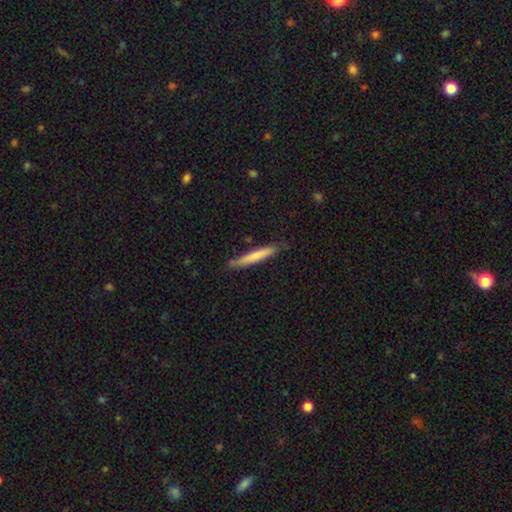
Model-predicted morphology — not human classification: This appears to be a smooth galaxy with no disk features (71%) that is cigar-shaped (95%). Merging: none (78%).